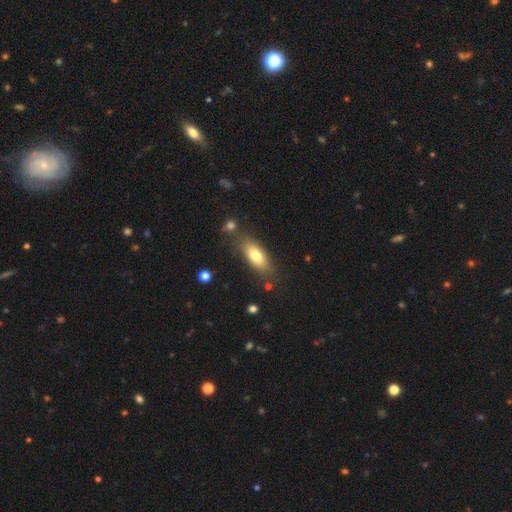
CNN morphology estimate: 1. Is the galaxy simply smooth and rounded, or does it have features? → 74% smooth, 19% featured or disk, 7% star or artifact.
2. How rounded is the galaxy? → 78% in between, 19% cigar-shaped, 3% round.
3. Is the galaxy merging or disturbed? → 76% none, 14% minor disturbance, 6% merger, 4% major disturbance.